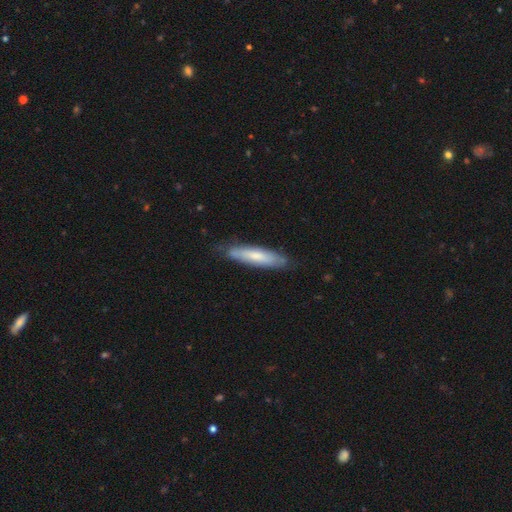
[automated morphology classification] smooth_or_featured: smooth (p=0.60) [alt: featured or disk p=0.34]
how_rounded: cigar-shaped (p=0.82) [alt: in between p=0.17]
merging: none (p=0.78) [alt: minor disturbance p=0.18]